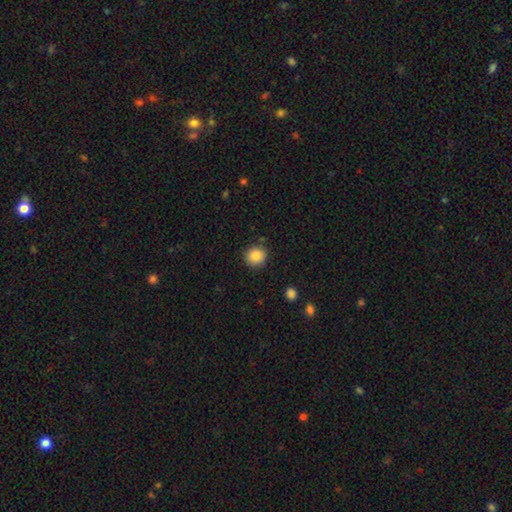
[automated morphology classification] smooth-or-featured: smooth: 86% | star or artifact: 9% | featured or disk: 5%
  how-rounded: round: 89% | in between: 10% | cigar-shaped: 1%
  merging: none: 88% | minor disturbance: 8% | major disturbance: 2% | merger: 2%